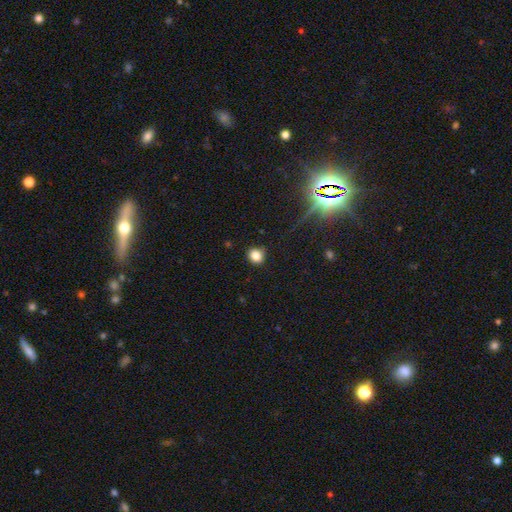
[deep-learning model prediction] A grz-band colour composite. It shows a smooth galaxy with no disk features (82%) that is round (79%). Merging: none (82%).